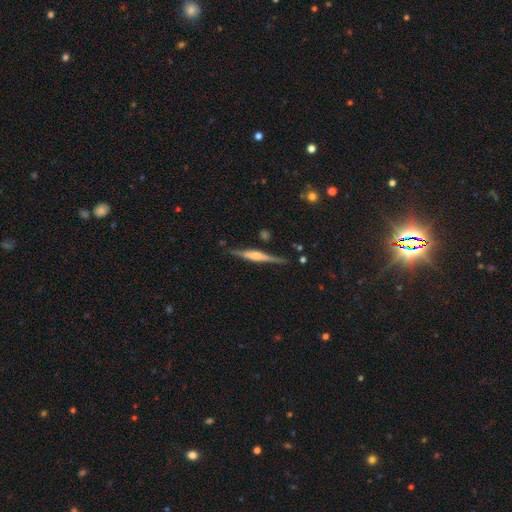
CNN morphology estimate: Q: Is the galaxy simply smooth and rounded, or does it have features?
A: featured or disk — 72%.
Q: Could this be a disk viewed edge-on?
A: yes — 97%.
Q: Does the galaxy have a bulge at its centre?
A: rounded — 53%.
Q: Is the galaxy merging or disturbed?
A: none — 83%.